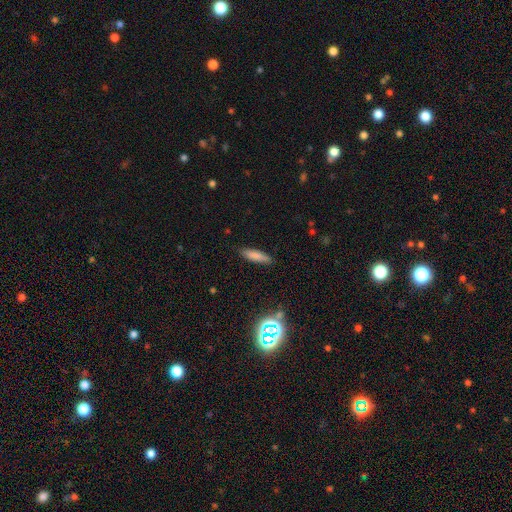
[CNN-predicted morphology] The model was most divided on "how rounded": cigar-shaped: 69%, in between: 29%, round: 2%. More confident: merging — none (86%); smooth or featured — smooth (79%).